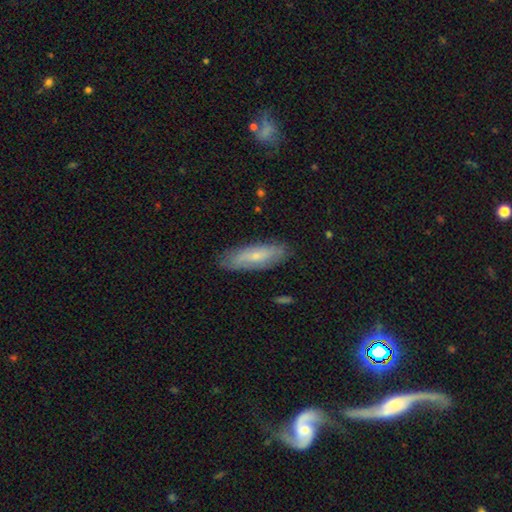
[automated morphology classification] smooth-or-featured: smooth: 55% | featured or disk: 38% | star or artifact: 7%
  how-rounded: in between: 53% | cigar-shaped: 45% | round: 2%
  merging: none: 82% | minor disturbance: 14% | major disturbance: 3% | merger: 1%